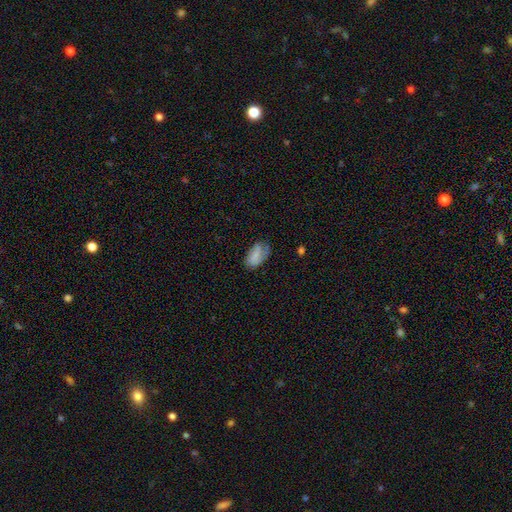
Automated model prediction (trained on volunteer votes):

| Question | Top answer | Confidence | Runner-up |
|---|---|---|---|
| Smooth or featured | smooth | 67% | featured or disk (25%) |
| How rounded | in between | 92% | round (5%) |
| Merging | none | 51% | minor disturbance (33%) |